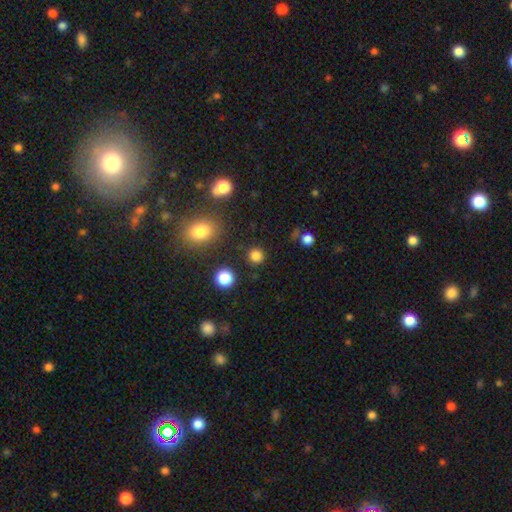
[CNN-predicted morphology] Overall: smooth (81%). How rounded: round (92%). Merging: none (89%).